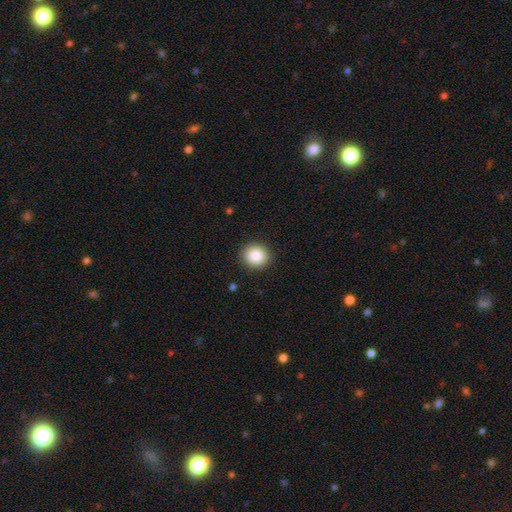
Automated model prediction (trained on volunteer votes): smooth_or_featured: smooth (p=0.88) [alt: star or artifact p=0.09]
how_rounded: round (p=0.87) [alt: in between p=0.12]
merging: none (p=0.91) [alt: minor disturbance p=0.06]